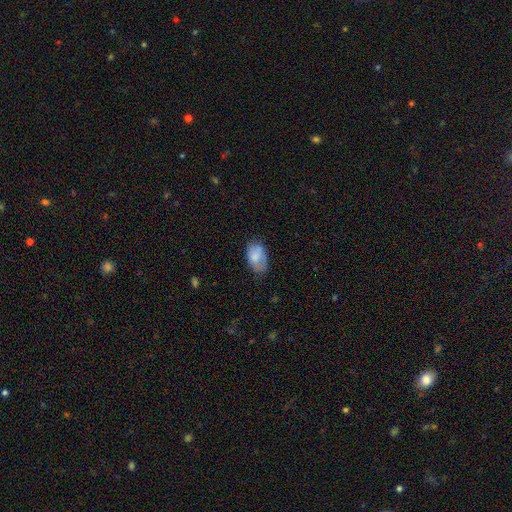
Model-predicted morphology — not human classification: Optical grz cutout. It shows a smooth galaxy with no disk features (79%) that is in between round and cigar-shaped (92%). Merging: none (61%).